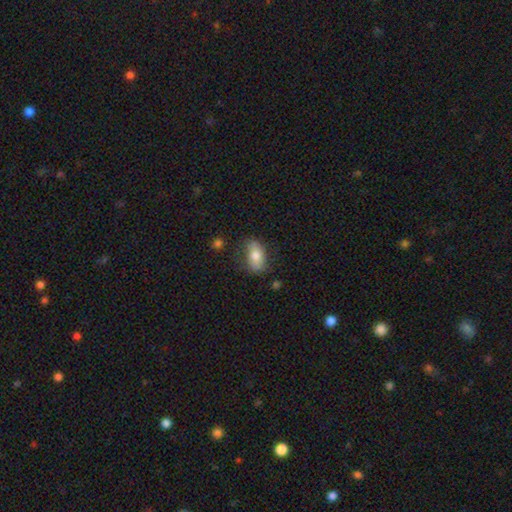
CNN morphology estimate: Smooth or featured? Predicted: smooth (p=0.72). How rounded? Predicted: in between (p=0.88). Merging? Predicted: none (p=0.72).